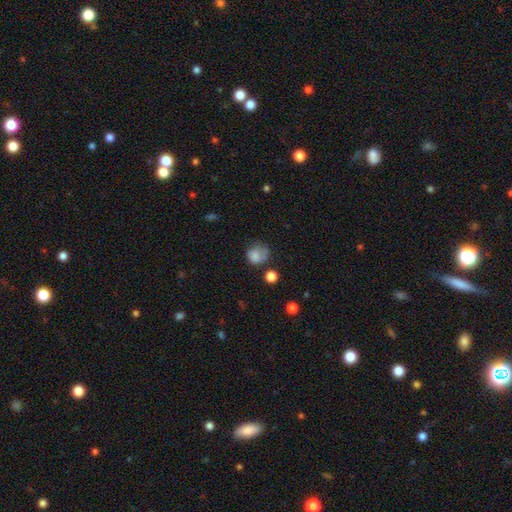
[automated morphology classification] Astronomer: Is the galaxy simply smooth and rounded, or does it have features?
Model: smooth — 78%.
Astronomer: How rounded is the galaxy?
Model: round — 71%.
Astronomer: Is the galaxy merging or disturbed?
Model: none — 43% (runner-up: minor disturbance, 31%).